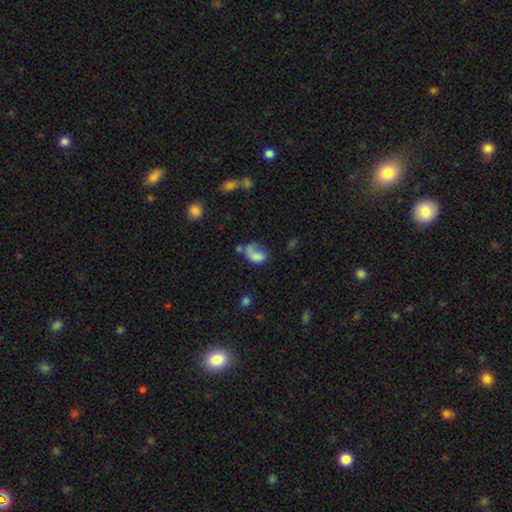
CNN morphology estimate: Smooth or featured?
  - smooth: 65% *
  - featured or disk: 25%
  - star or artifact: 10%
How rounded?
  - in between: 84% *
  - round: 14%
  - cigar-shaped: 2%
Merging?
  - major disturbance: 37% *
  - none: 26%
  - minor disturbance: 22%
  - merger: 15%